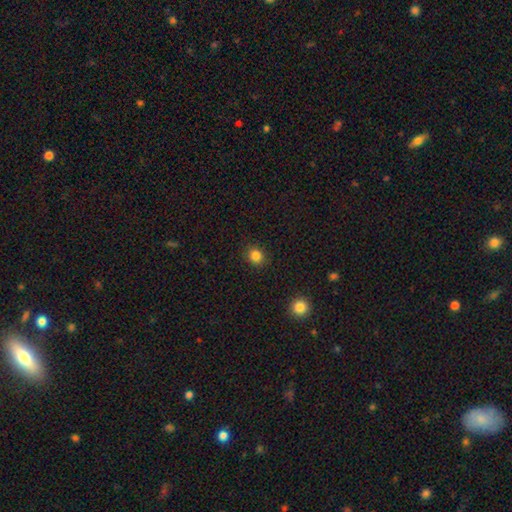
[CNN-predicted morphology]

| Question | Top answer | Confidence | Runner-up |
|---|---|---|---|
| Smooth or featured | smooth | 84% | star or artifact (12%) |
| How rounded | round | 79% | in between (20%) |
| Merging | none | 90% | minor disturbance (7%) |